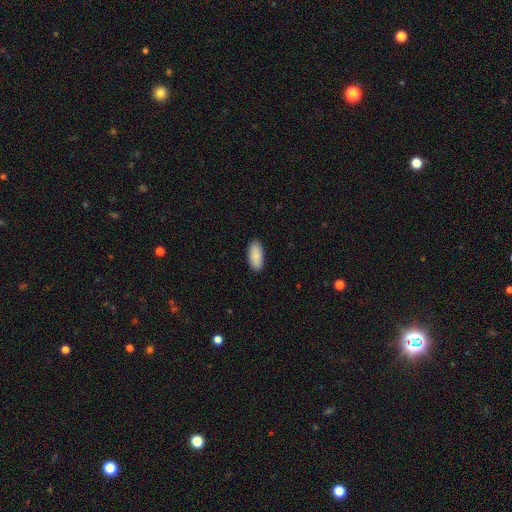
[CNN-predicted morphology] A smooth galaxy with no disk features (90%) that is in between round and cigar-shaped (90%). Merging: none (90%).